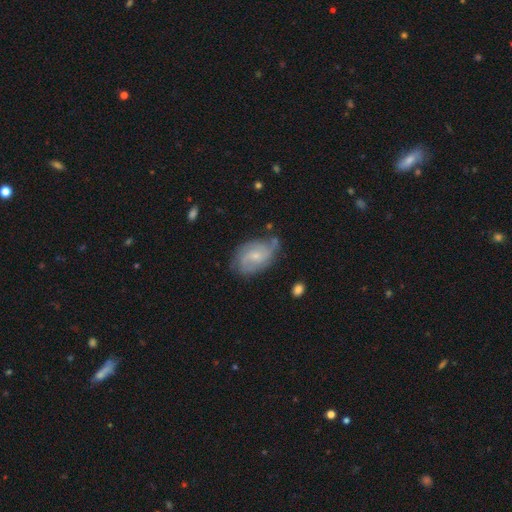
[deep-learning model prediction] A featured or disk galaxy (67%) with no bar (52%), 2 (50%) medium (43%) spiral arms (88%) and a small central bulge (66%).

Vote fractions:
- Smooth or featured? featured or disk: 67% / smooth: 27% / star or artifact: 7%
- Edge-on disk? no: 97% / yes: 3%
- Bar? no: 52% / weak: 42% / strong: 6%
- Spiral arms? yes: 88% / no: 12%
- Spiral winding? medium: 43% / tight: 33% / loose: 24%
- Spiral arm count? 2: 50% / can't tell: 26% / 3: 13% / 1: 4% / 4: 4% / more than 4: 3%
- Bulge size? small: 66% / moderate: 28% / none: 4% / large: 1% / dominant: 1%
- Merging? none: 60% / minor disturbance: 28% / major disturbance: 8% / merger: 4%